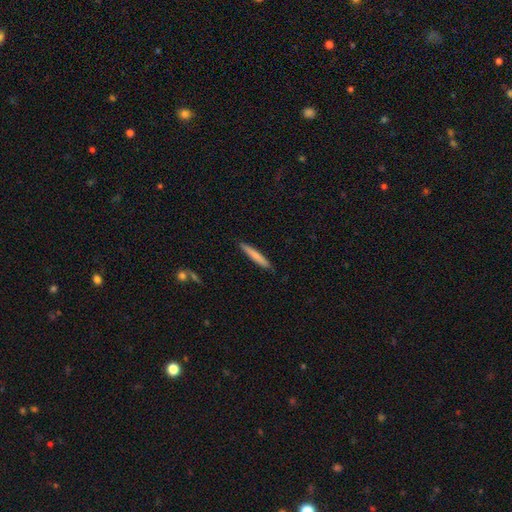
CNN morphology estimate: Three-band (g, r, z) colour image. It shows a smooth galaxy with no disk features (74%) that is cigar-shaped (95%). Merging: none (89%).